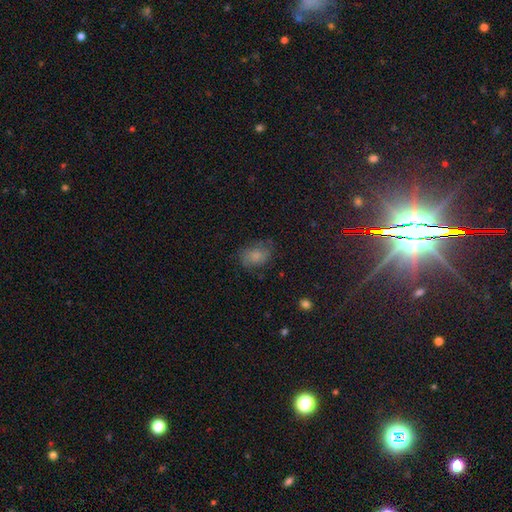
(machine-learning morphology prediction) Overall: smooth (71%). How rounded: in between (74%). Merging: none (64%; minor disturbance 25%).